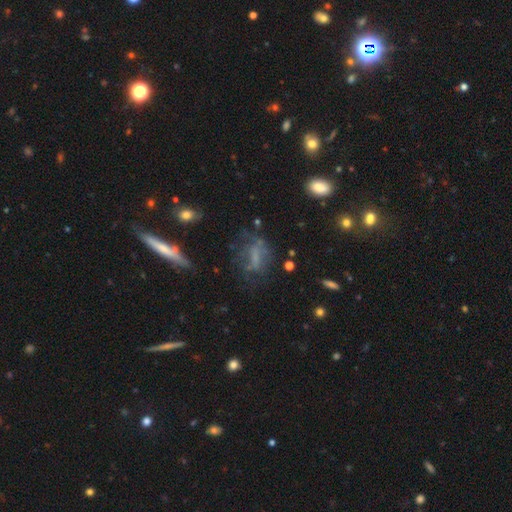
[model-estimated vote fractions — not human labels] This appears to be a featured or disk galaxy (45%). Merging: none (50%).